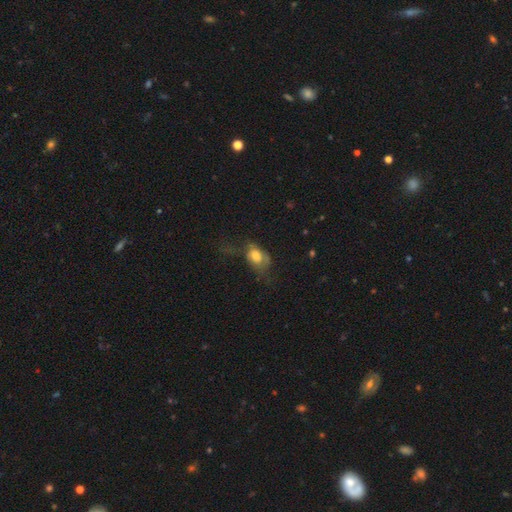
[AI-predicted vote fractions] Smooth or featured: smooth — 62% (featured or disk — 29%)
How rounded: in between — 78% (round — 19%)
Merging: major disturbance — 41% (none — 30%)